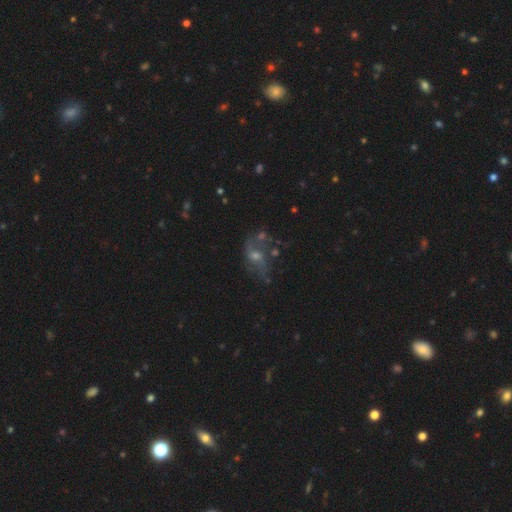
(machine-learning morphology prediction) featured or disk 60%, smooth 22%, star or artifact 19%. Down the decision tree: edge-on disk — no (94%); bar — no (65%); spiral arms — yes (62%); bulge size — moderate (47%); merging — none (44%).